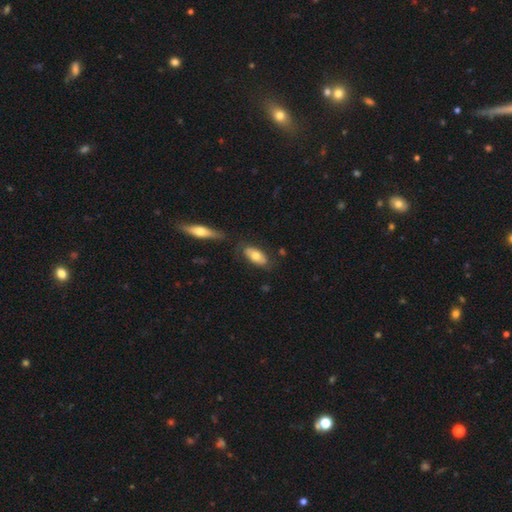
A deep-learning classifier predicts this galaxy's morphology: A smooth galaxy with no disk features (67%) that is in between round and cigar-shaped (90%). Merging: none (73%).